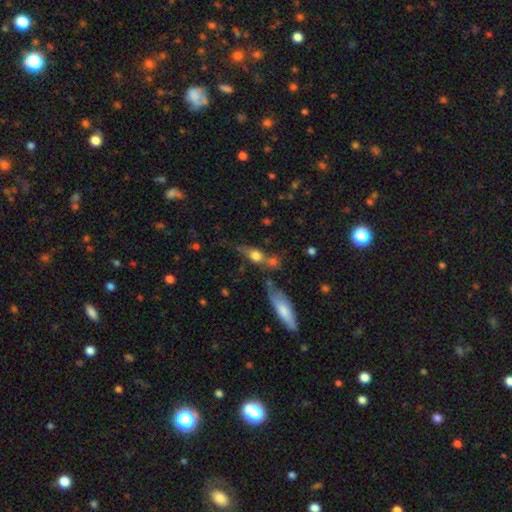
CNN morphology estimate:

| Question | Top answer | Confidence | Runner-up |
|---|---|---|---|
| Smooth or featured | smooth | 54% | featured or disk (35%) |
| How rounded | in between | 48% | cigar-shaped (32%) |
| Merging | none | 43% | merger (28%) |